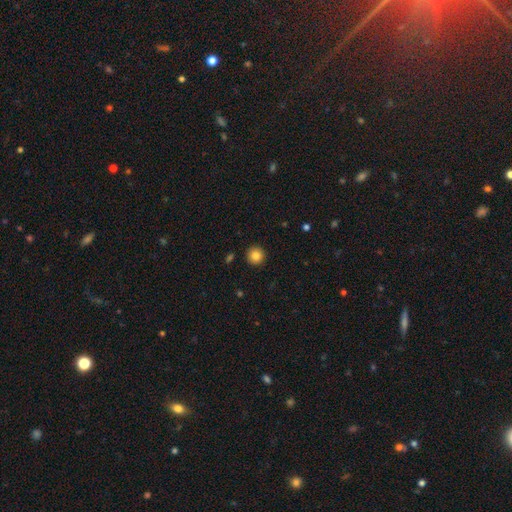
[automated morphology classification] A smooth galaxy with no disk features (84%) that is round (96%).

Vote fractions:
- Smooth or featured? smooth: 84% / star or artifact: 10% / featured or disk: 6%
- How rounded? round: 96% / in between: 3% / cigar-shaped: 1%
- Merging? none: 93% / minor disturbance: 5% / major disturbance: 2% / merger: 1%